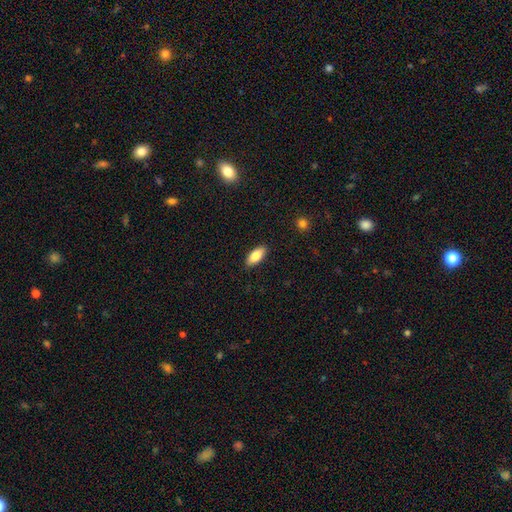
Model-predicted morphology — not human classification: Smooth or featured? smooth (83%)
How rounded? in between (88%)
Merging? none (89%)